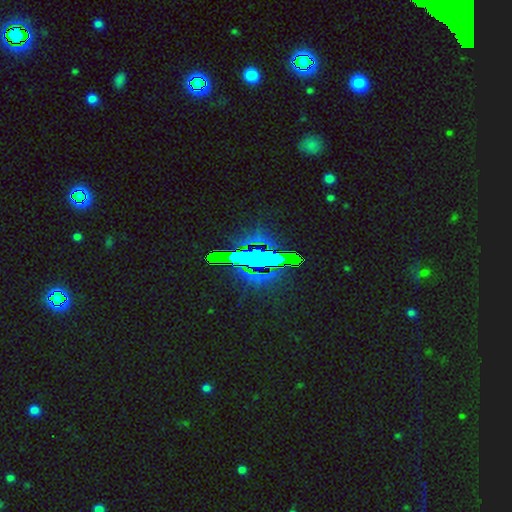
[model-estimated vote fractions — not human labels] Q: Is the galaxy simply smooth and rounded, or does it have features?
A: star or artifact — 69%.